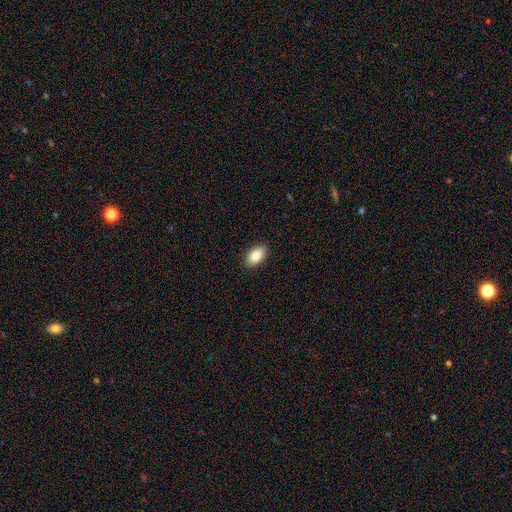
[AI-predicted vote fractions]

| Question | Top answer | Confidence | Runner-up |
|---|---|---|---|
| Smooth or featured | smooth | 86% | star or artifact (7%) |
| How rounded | in between | 93% | round (6%) |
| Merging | none | 90% | minor disturbance (7%) |